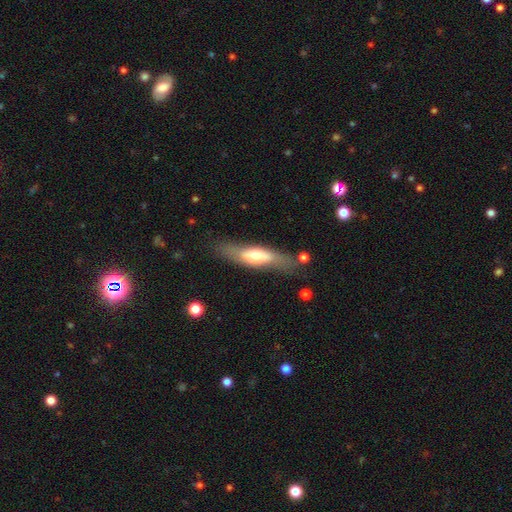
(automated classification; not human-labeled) Smooth or featured? Predicted: smooth (p=0.50). Merging? Predicted: none (p=0.74).